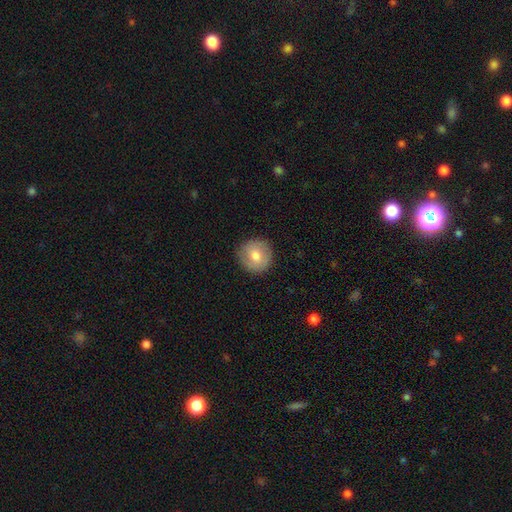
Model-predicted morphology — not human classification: Smooth or featured? Predicted: smooth (p=0.72). How rounded? Predicted: round (p=0.94). Merging? Predicted: none (p=0.88).